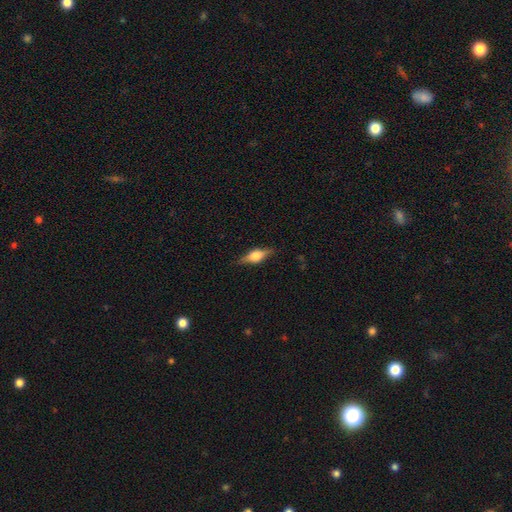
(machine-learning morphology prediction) Overall: featured or disk (60%; smooth 33%). Edge-on disk: yes (95%). Edge-on bulge: rounded (88%). Merging: none (84%).